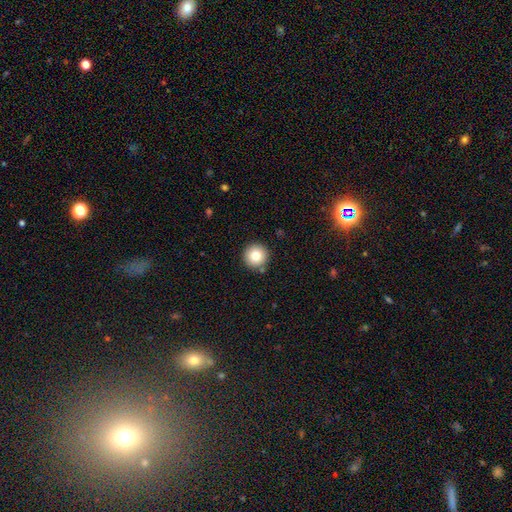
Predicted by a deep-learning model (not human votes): Morphology: type=smooth (81%); roundness=round (96%); merging=none (89%).